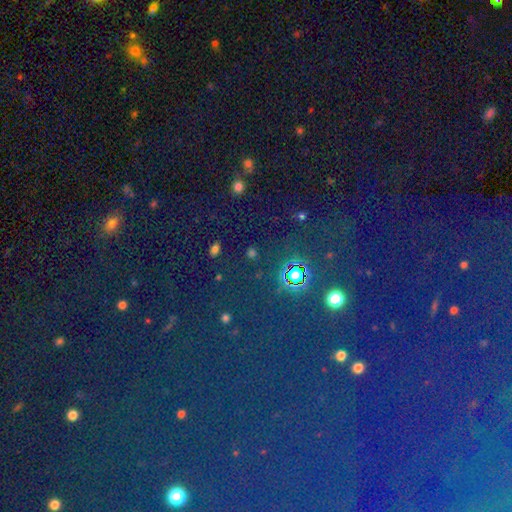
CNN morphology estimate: type=star or artifact (81%).